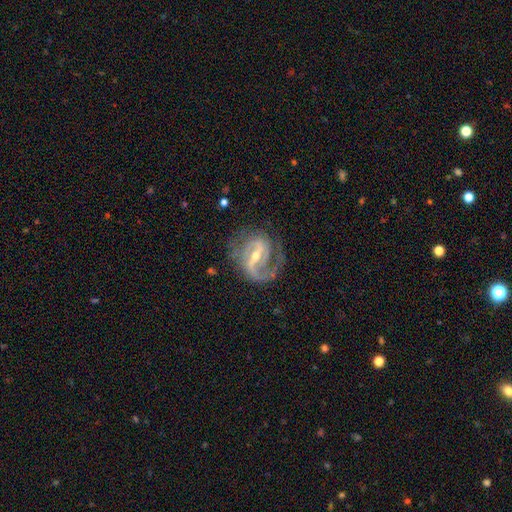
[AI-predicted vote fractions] Smooth or featured: featured or disk — 89% (star or artifact — 6%)
Edge-on disk: no — 97% (yes — 3%)
Bar: strong — 52% (weak — 37%)
Spiral arms: yes — 96% (no — 4%)
Spiral winding: medium — 51% (tight — 28%)
Spiral arm count: 2 — 64% (1 — 22%)
Bulge size: moderate — 49% (small — 47%)
Merging: none — 64% (minor disturbance — 19%)